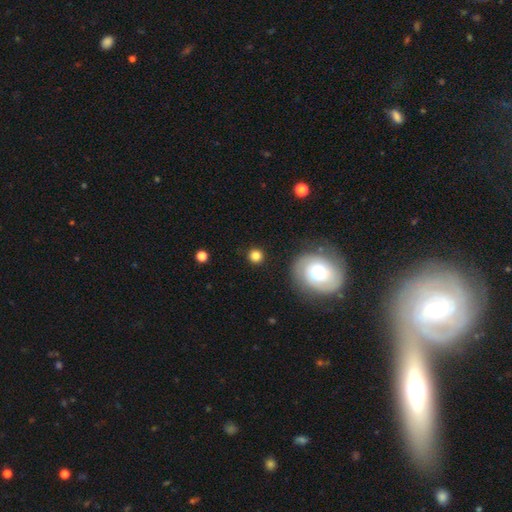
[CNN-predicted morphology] Smooth or featured: smooth — 81% (star or artifact — 12%)
How rounded: round — 92% (in between — 7%)
Merging: none — 87% (minor disturbance — 7%)